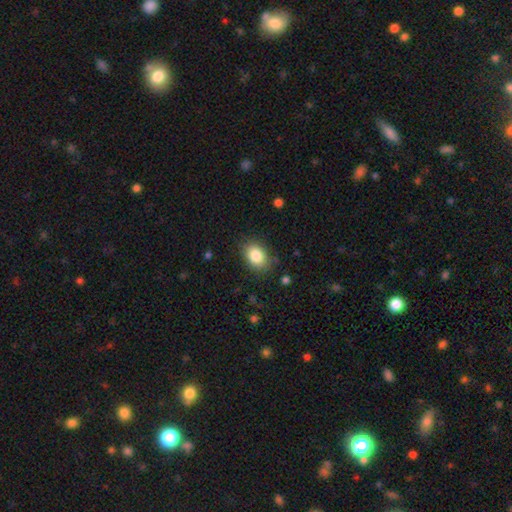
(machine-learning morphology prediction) smooth-or-featured: smooth: 85% | star or artifact: 8% | featured or disk: 7%
  how-rounded: in between: 73% | round: 26% | cigar-shaped: 1%
  merging: none: 84% | minor disturbance: 12% | major disturbance: 3% | merger: 1%